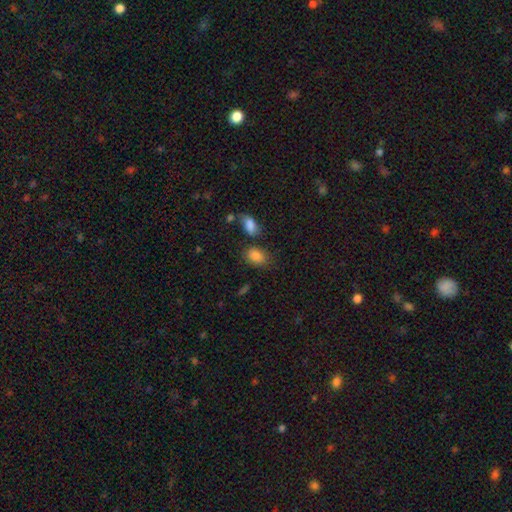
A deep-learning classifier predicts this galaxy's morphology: Smooth or featured? smooth (85%)
How rounded? in between (82%)
Merging? none (64%)